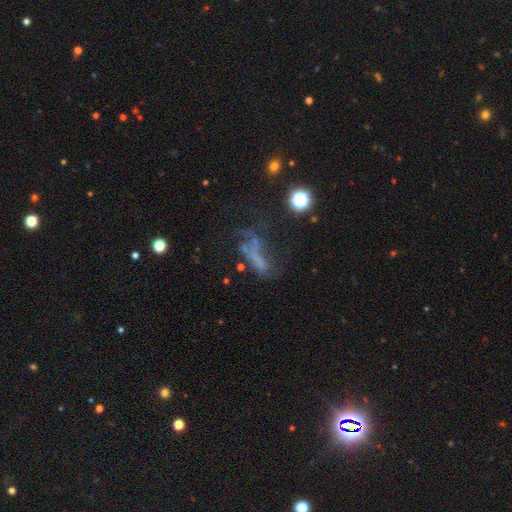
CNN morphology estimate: A featured or disk galaxy (41%). Merging: major disturbance (42%).